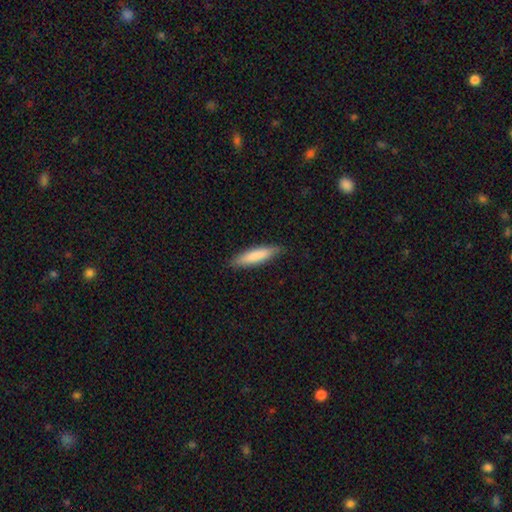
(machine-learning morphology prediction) smooth_or_featured: smooth (p=0.82) [alt: featured or disk p=0.13]
how_rounded: cigar-shaped (p=0.80) [alt: in between p=0.19]
merging: none (p=0.87) [alt: minor disturbance p=0.10]